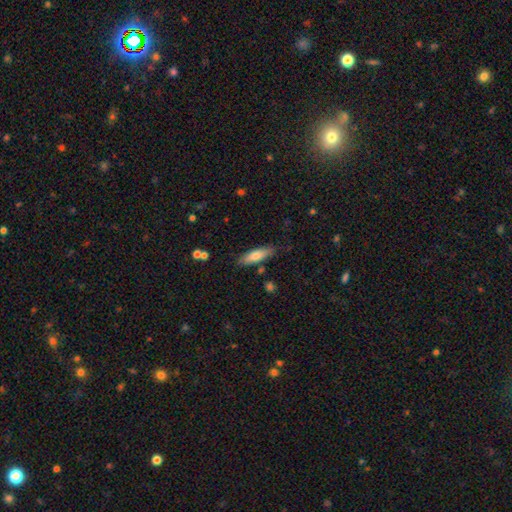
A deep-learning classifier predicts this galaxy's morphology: The model was most divided on "how rounded": cigar-shaped: 57%, in between: 41%, round: 2%. More confident: merging — none (83%); smooth or featured — smooth (73%).